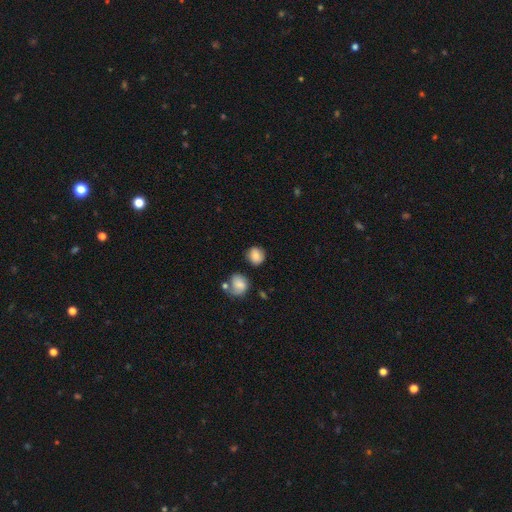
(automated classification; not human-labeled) This is likely a smooth galaxy (79%). How rounded: clearly round (83%). Merging: likely none (76%).